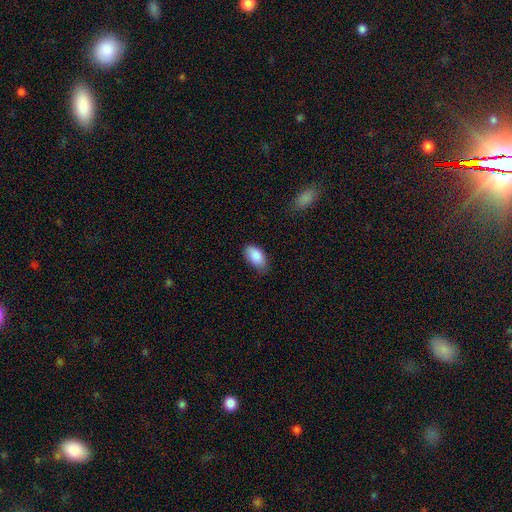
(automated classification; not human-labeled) Smooth or featured? Predicted: smooth (p=0.88). How rounded? Predicted: in between (p=0.94). Merging? Predicted: none (p=0.67).